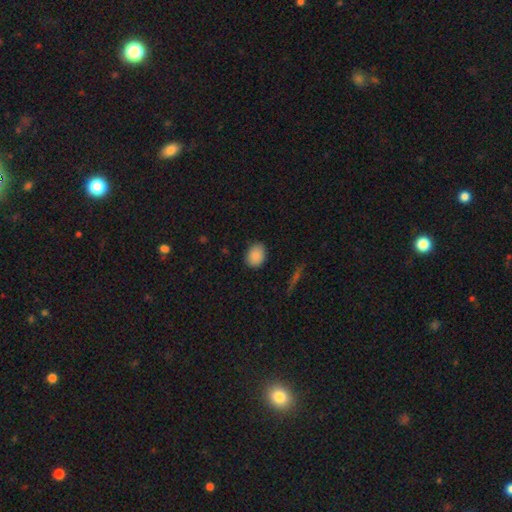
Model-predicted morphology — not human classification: smooth_or_featured: smooth (p=0.88) [alt: star or artifact p=0.08]
how_rounded: in between (p=0.62) [alt: round p=0.37]
merging: none (p=0.84) [alt: minor disturbance p=0.12]